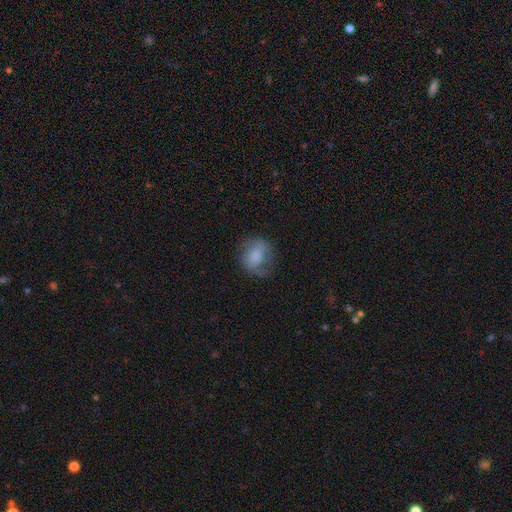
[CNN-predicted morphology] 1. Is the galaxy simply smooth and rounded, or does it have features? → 57% smooth, 33% featured or disk, 9% star or artifact.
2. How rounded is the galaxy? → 60% round, 39% in between, 1% cigar-shaped.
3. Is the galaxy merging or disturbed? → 57% none, 24% minor disturbance, 17% major disturbance, 2% merger.